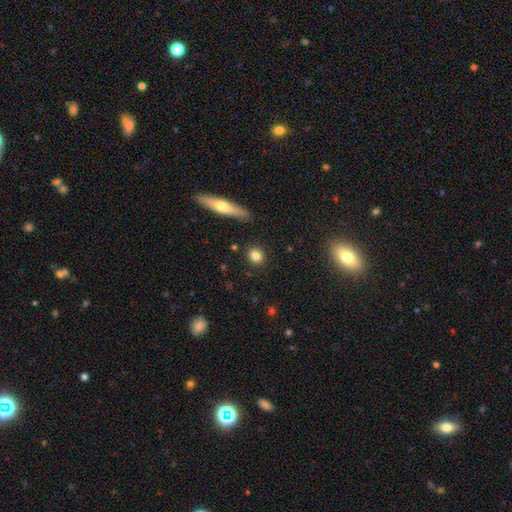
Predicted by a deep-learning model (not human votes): A smooth galaxy with no disk features (81%) that is round (82%).

Vote fractions:
- Smooth or featured? smooth: 81% / star or artifact: 9% / featured or disk: 9%
- How rounded? round: 82% / in between: 15% / cigar-shaped: 3%
- Merging? none: 89% / minor disturbance: 7% / major disturbance: 2% / merger: 2%